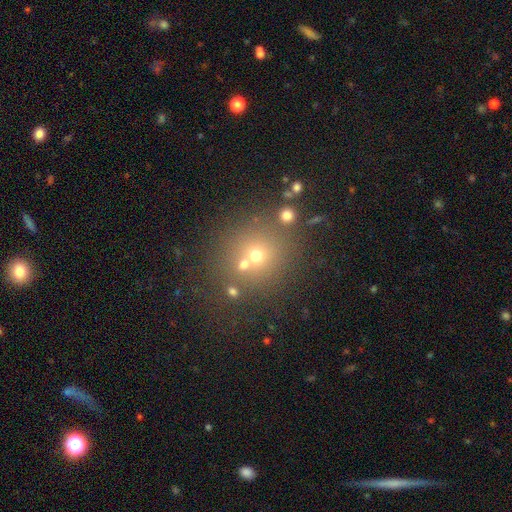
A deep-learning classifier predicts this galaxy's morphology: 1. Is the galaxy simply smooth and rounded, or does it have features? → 56% smooth, 26% star or artifact, 18% featured or disk.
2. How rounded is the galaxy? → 85% round, 14% in between, 1% cigar-shaped.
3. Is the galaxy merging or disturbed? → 61% none, 25% merger, 9% minor disturbance, 5% major disturbance.